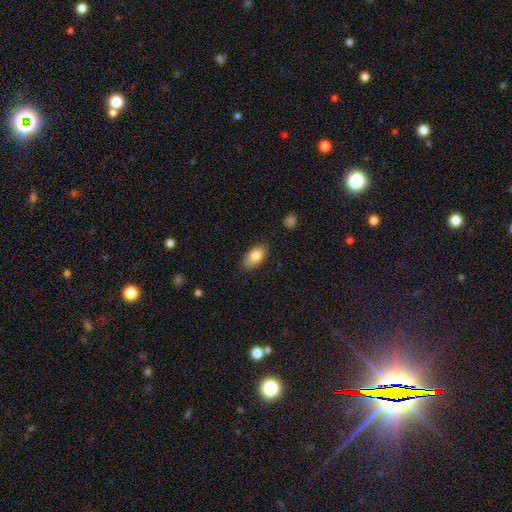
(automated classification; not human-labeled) This is clearly a smooth galaxy (81%). How rounded: clearly in between (91%). Merging: clearly none (85%).